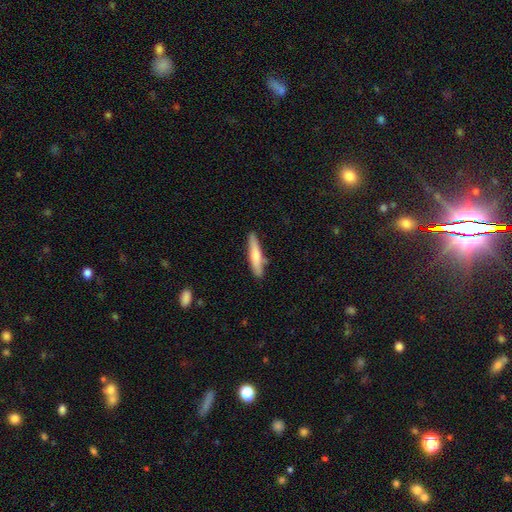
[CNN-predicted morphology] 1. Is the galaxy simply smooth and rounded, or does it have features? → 67% smooth, 27% featured or disk, 5% star or artifact.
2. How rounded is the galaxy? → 87% cigar-shaped, 11% in between, 1% round.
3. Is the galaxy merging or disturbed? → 79% none, 14% minor disturbance, 4% merger, 3% major disturbance.